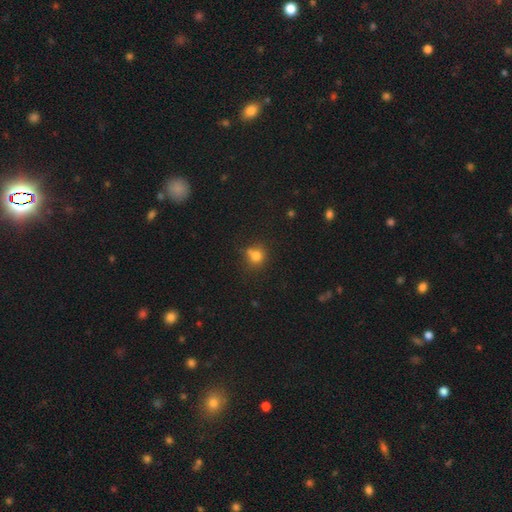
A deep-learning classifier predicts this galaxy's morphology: A smooth galaxy with no disk features (76%) that is round (84%).

Vote fractions:
- Smooth or featured? smooth: 76% / star or artifact: 15% / featured or disk: 9%
- How rounded? round: 84% / in between: 15% / cigar-shaped: 1%
- Merging? none: 60% / merger: 20% / minor disturbance: 15% / major disturbance: 5%